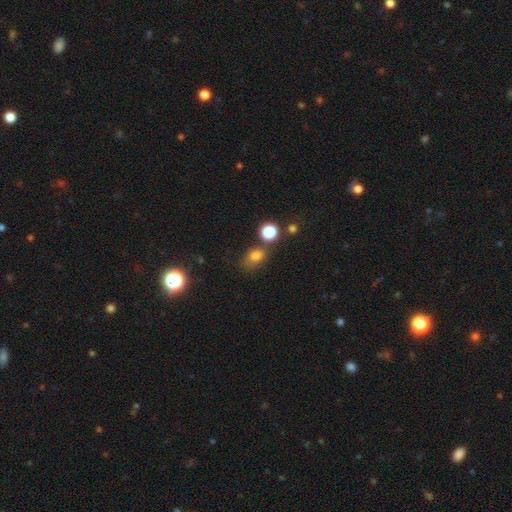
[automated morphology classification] Smooth or featured?
  - smooth: 76% *
  - star or artifact: 17%
  - featured or disk: 7%
How rounded?
  - in between: 58% *
  - round: 41%
  - cigar-shaped: 2%
Merging?
  - none: 59% *
  - minor disturbance: 21%
  - merger: 12%
  - major disturbance: 9%